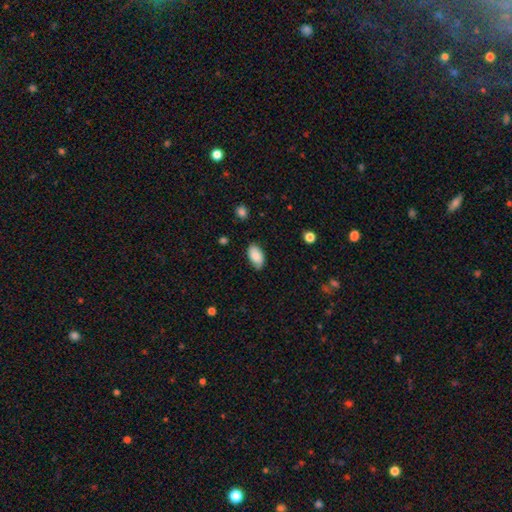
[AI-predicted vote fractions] Morphology: type=smooth (81%); roundness=in between (94%); merging=none (76%).